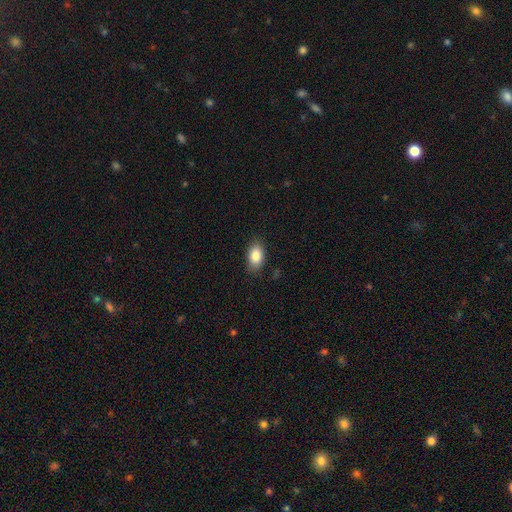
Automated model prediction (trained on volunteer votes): smooth-or-featured: smooth: 86% | star or artifact: 7% | featured or disk: 7%
  how-rounded: in between: 89% | round: 9% | cigar-shaped: 2%
  merging: none: 85% | minor disturbance: 11% | major disturbance: 3% | merger: 1%